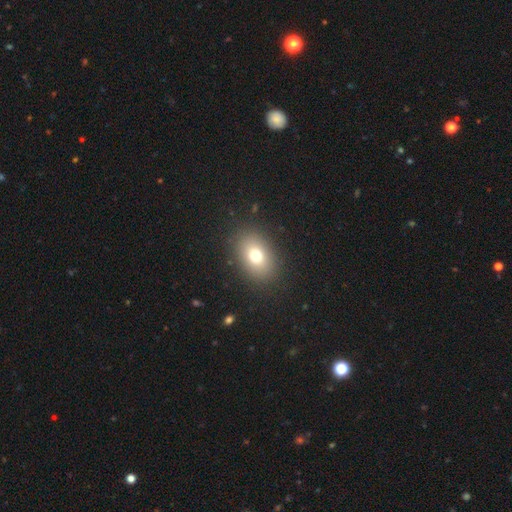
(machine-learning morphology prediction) Q: Smooth or featured?
A: smooth (74%); runner-up: featured or disk (14%)
Q: How rounded?
A: in between (74%); runner-up: round (25%)
Q: Merging?
A: none (87%); runner-up: minor disturbance (8%)